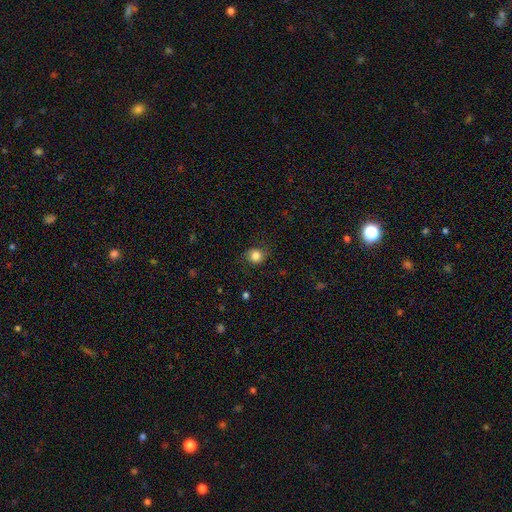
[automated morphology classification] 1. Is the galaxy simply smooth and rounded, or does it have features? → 80% smooth, 10% featured or disk, 10% star or artifact.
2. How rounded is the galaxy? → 77% round, 22% in between, 1% cigar-shaped.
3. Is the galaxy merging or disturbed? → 76% none, 17% minor disturbance, 6% major disturbance, 1% merger.